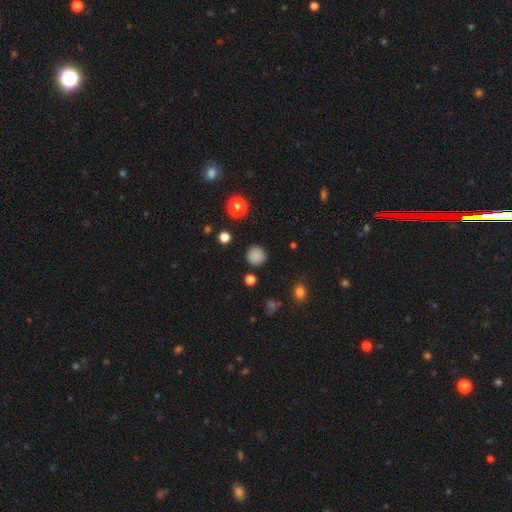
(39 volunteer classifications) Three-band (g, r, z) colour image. It shows a smooth galaxy with no disk features (77%) that is round (90%). Merging: none (86%).